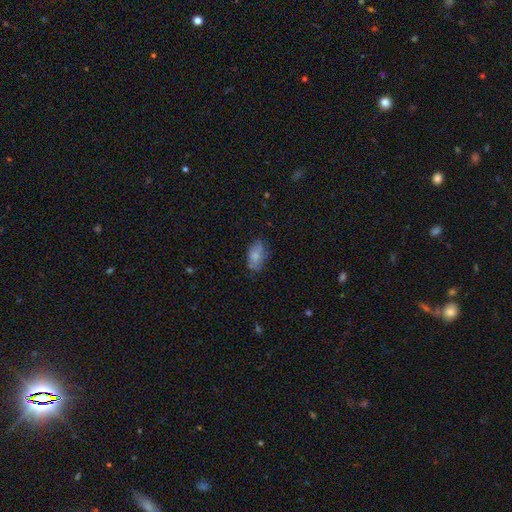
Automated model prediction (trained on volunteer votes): Overall: smooth (66%). How rounded: in between (90%). Merging: none (62%; minor disturbance 27%).